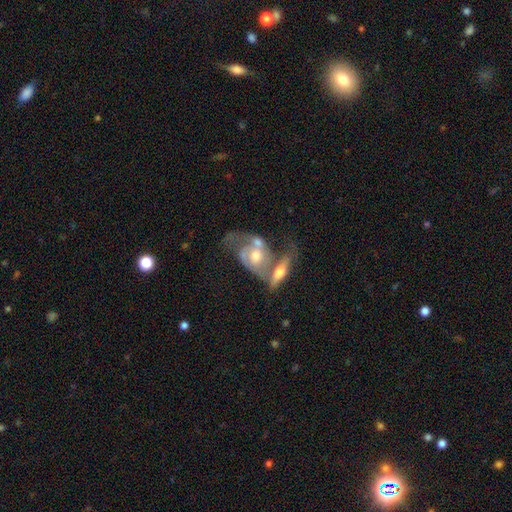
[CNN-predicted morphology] type=featured or disk (77%); edge-on=no (92%); bar=no (68%); spiral arms=yes (84%); winding=medium (44%); arm count=2 (68%); bulge=moderate (66%); merging=merger (62%).